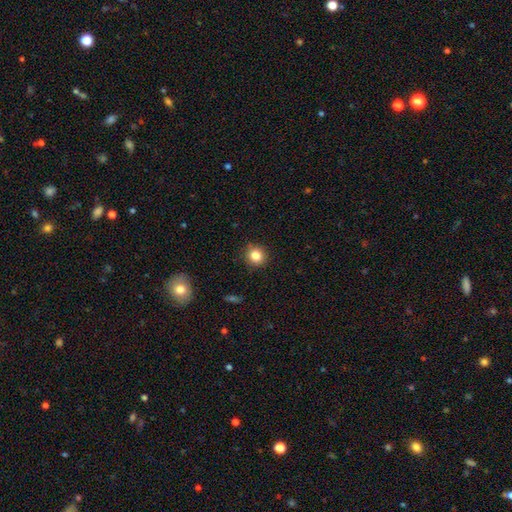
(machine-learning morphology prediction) Smooth or featured? smooth (83%)
How rounded? round (90%)
Merging? none (90%)